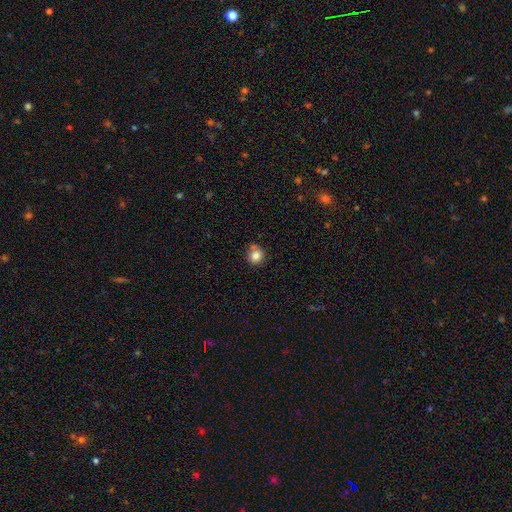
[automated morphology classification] The model was most divided on "merging": none: 70%, minor disturbance: 16%, merger: 10%, major disturbance: 4%. More confident: how rounded — round (90%); smooth or featured — smooth (83%).